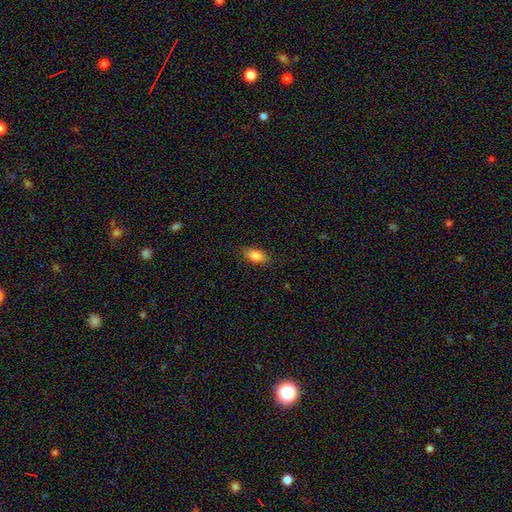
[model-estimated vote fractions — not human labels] smooth_or_featured: smooth (p=0.84) [alt: featured or disk p=0.09]
how_rounded: in between (p=0.86) [alt: cigar-shaped p=0.10]
merging: none (p=0.84) [alt: minor disturbance p=0.12]